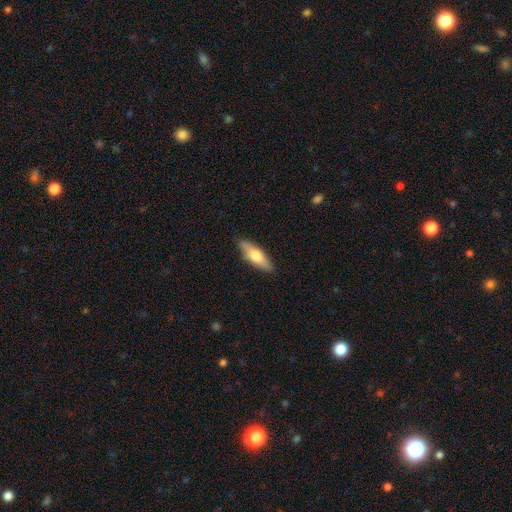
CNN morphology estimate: Smooth or featured?
  - smooth: 65% *
  - featured or disk: 29%
  - star or artifact: 6%
How rounded?
  - cigar-shaped: 49% * (tied)
  - in between: 49% * (tied)
  - round: 2%
Merging?
  - none: 86% *
  - minor disturbance: 11%
  - major disturbance: 2%
  - merger: 1%